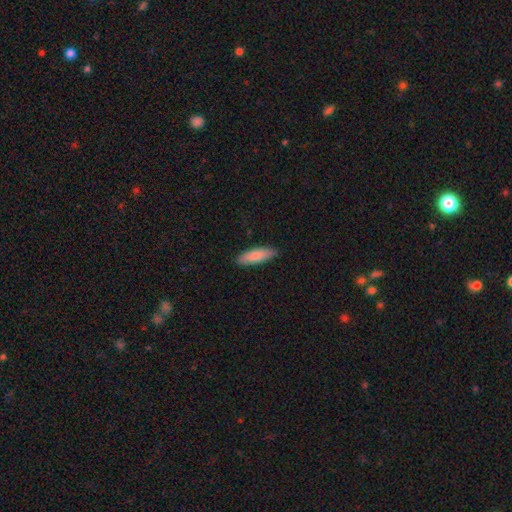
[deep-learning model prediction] This is clearly a smooth galaxy (82%). How rounded: possibly cigar-shaped (51%). Merging: clearly none (88%).